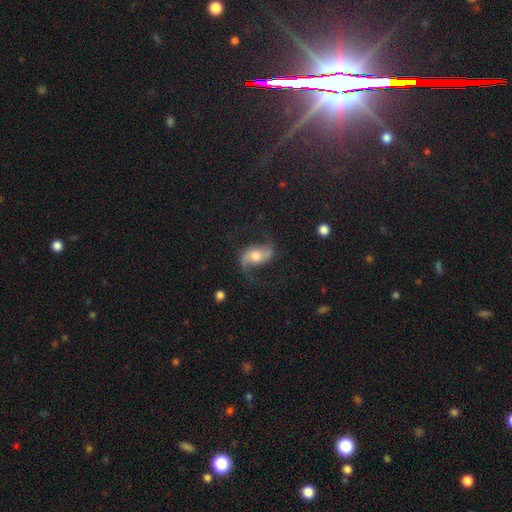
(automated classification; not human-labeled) Smooth or featured? featured or disk (79%)
Edge-on disk? no (96%)
Bar? no (48%)
Spiral arms? yes (94%)
Spiral winding? loose (70%)
Spiral arm count? 2 (92%)
Bulge size? moderate (65%)
Merging? none (69%)